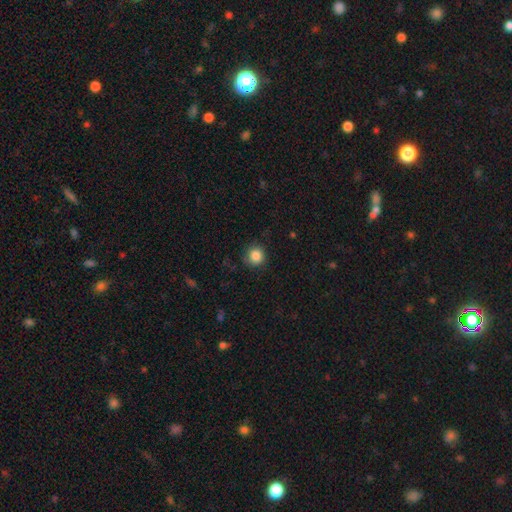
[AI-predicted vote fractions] This appears to be a smooth galaxy with no disk features (86%) that is round (91%). Merging: none (83%).